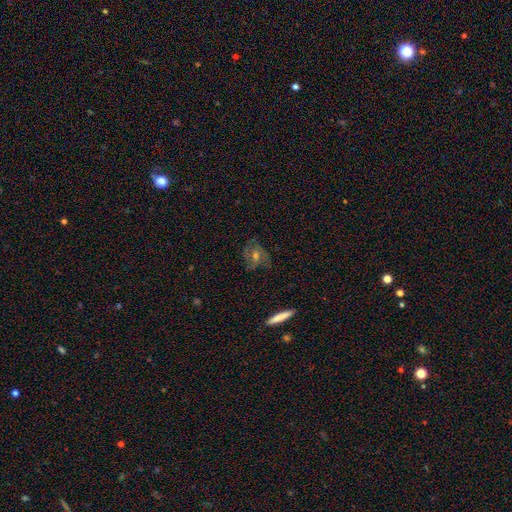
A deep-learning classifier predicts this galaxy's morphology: Q: Smooth or featured?
A: featured or disk (70%); runner-up: smooth (19%)
Q: Edge-on disk?
A: no (92%); runner-up: yes (8%)
Q: Bar?
A: no (55%); runner-up: weak (34%)
Q: Spiral arms?
A: yes (86%); runner-up: no (14%)
Q: Spiral winding?
A: tight (43%); tied with: medium (43%)
Q: Spiral arm count?
A: 2 (46%); runner-up: can't tell (27%)
Q: Bulge size?
A: moderate (66%); runner-up: small (25%)
Q: Merging?
A: none (75%); runner-up: minor disturbance (16%)